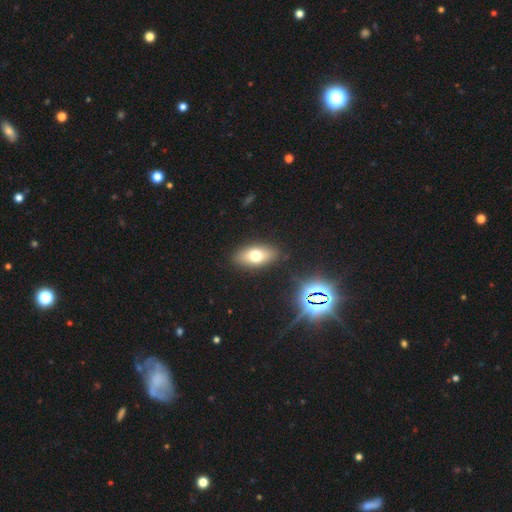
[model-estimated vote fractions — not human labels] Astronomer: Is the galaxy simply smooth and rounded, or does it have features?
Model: smooth — 69%.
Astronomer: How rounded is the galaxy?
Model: in between — 86%.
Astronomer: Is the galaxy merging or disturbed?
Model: none — 87%.